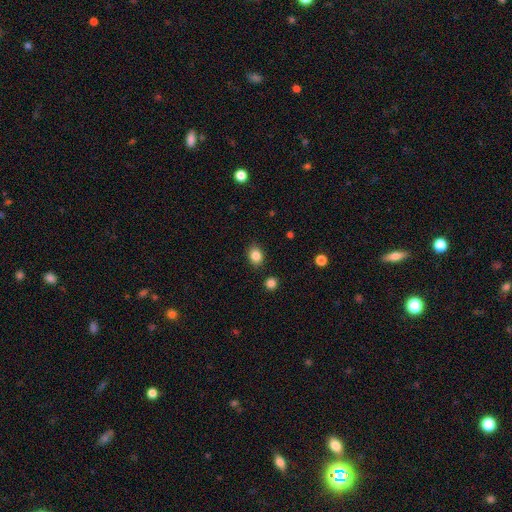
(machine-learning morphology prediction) Smooth or featured: smooth — 85% (star or artifact — 10%)
How rounded: in between — 55% (round — 44%)
Merging: none — 84% (minor disturbance — 11%)